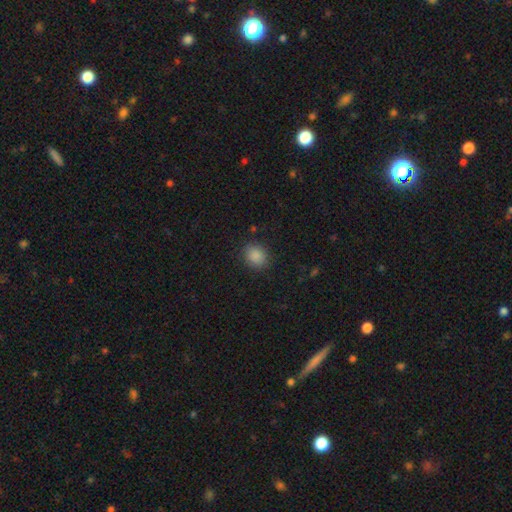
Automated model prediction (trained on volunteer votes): Smooth or featured?
  - smooth: 87% *
  - star or artifact: 10%
  - featured or disk: 3%
How rounded?
  - round: 63% *
  - in between: 36%
  - cigar-shaped: 1%
Merging?
  - none: 87% *
  - minor disturbance: 9%
  - major disturbance: 3%
  - merger: 1%